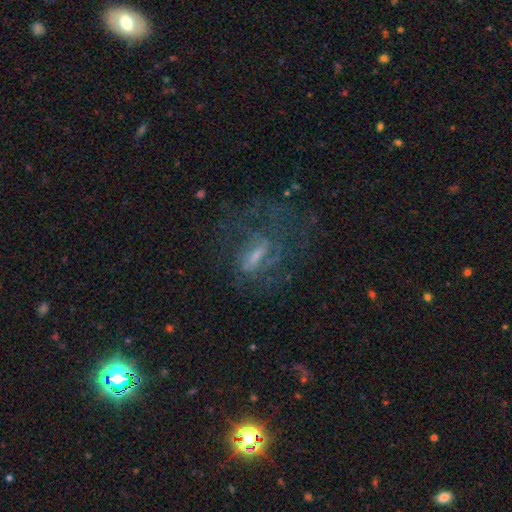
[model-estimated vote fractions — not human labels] This appears to be a featured or disk galaxy (66%) with a strong bar (41%), spiral arms (66%) and a small central bulge (43%). Merging: none (46%).